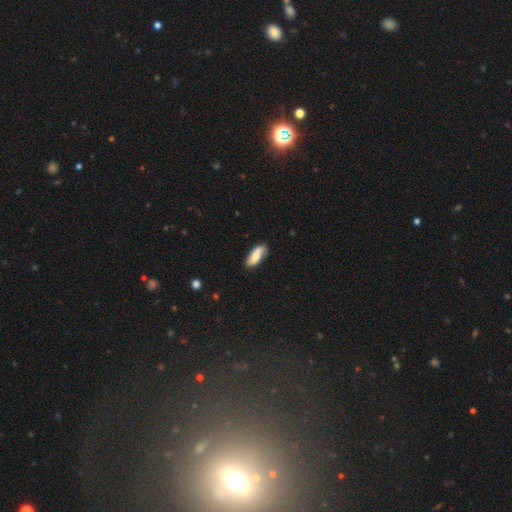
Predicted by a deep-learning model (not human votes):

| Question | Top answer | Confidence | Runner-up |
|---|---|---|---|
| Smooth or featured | smooth | 57% | featured or disk (36%) |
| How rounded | in between | 77% | cigar-shaped (20%) |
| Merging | none | 77% | minor disturbance (17%) |